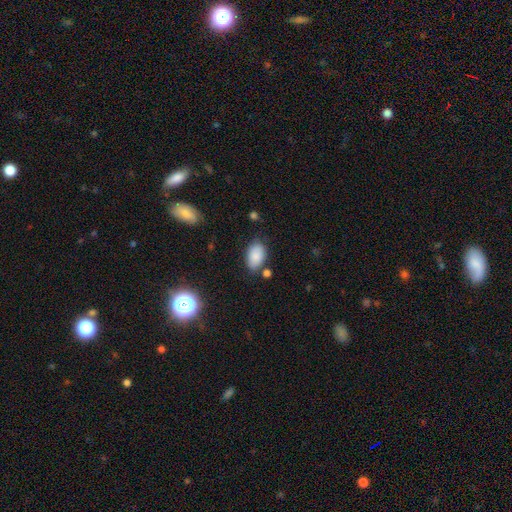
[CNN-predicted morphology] Smooth or featured: smooth — 86% (star or artifact — 8%)
How rounded: in between — 91% (round — 7%)
Merging: none — 73% (minor disturbance — 18%)